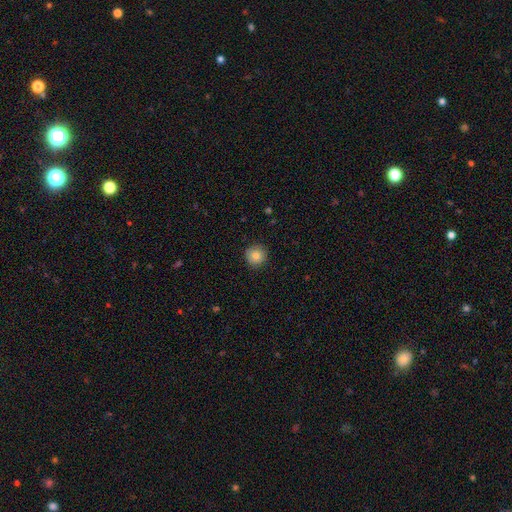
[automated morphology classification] Q: Smooth or featured?
A: smooth (81%); runner-up: featured or disk (10%)
Q: How rounded?
A: round (94%); runner-up: in between (5%)
Q: Merging?
A: none (88%); runner-up: minor disturbance (9%)